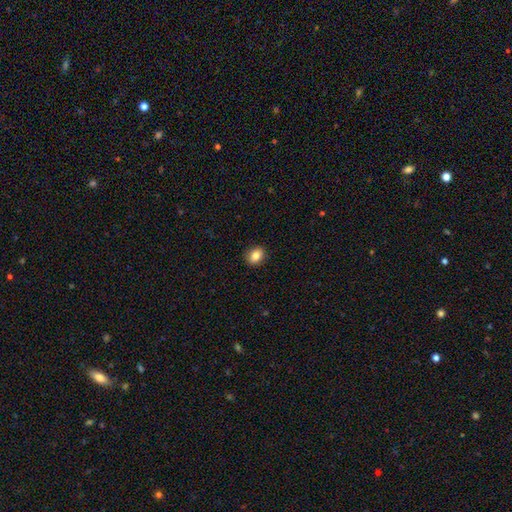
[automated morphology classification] smooth_or_featured: smooth (p=0.83) [alt: star or artifact p=0.09]
how_rounded: round (p=0.54) [alt: in between p=0.45]
merging: none (p=0.90) [alt: minor disturbance p=0.07]